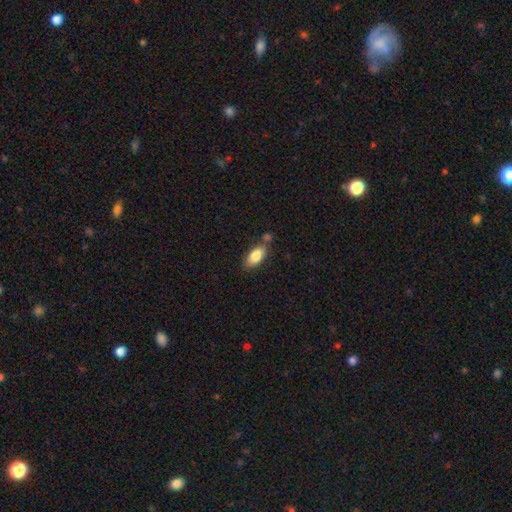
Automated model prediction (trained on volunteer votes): Smooth or featured: smooth — 83% (featured or disk — 10%)
How rounded: in between — 91% (cigar-shaped — 6%)
Merging: none — 60% (minor disturbance — 18%)